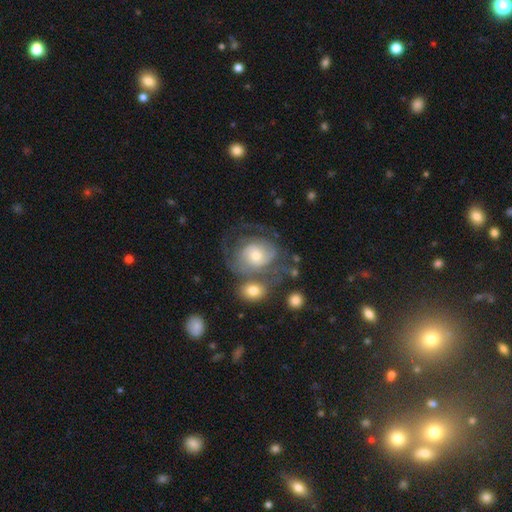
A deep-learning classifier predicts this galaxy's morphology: The model was most divided on "spiral arm count": can't tell: 39%, 2: 34%, 3: 12%, 1: 7%, 4: 4%, more than 4: 4%. Remaining: edge-on disk — no (97%); spiral arms — yes (84%); bar — no (74%); smooth or featured — featured or disk (69%); spiral winding — tight (53%); bulge size — moderate (49%); merging — none (45%).